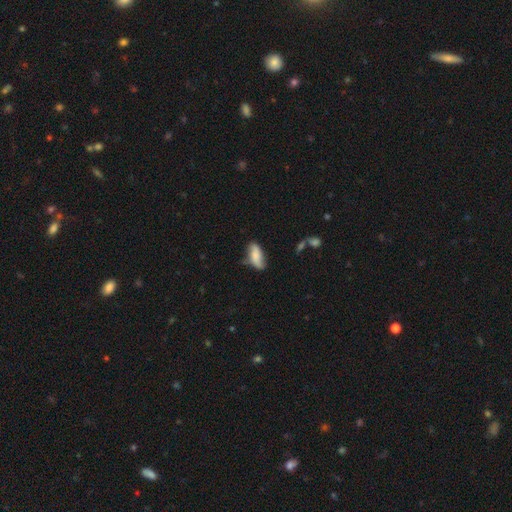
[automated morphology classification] The model was most divided on "merging": none: 56%, minor disturbance: 32%, major disturbance: 8%, merger: 4%. More confident: how rounded — in between (80%); smooth or featured — smooth (73%).